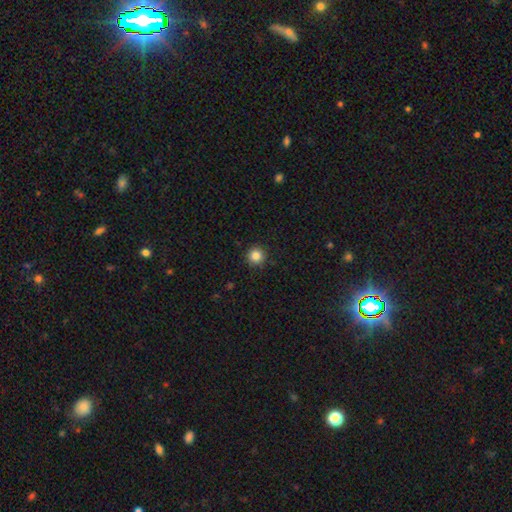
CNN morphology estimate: smooth_or_featured: smooth (p=0.85) [alt: star or artifact p=0.11]
how_rounded: round (p=0.95) [alt: in between p=0.04]
merging: none (p=0.91) [alt: minor disturbance p=0.06]